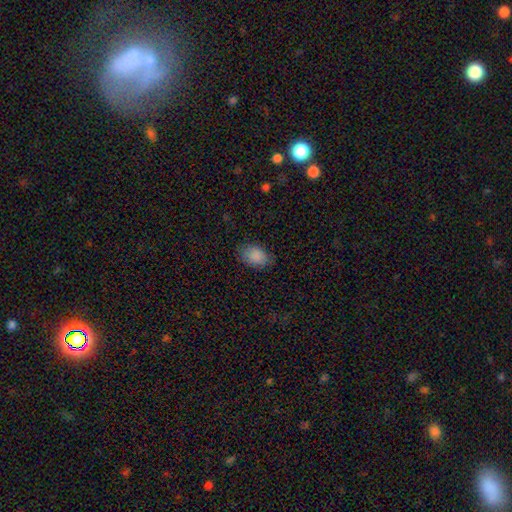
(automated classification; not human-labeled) Q: Smooth or featured?
A: smooth (88%); runner-up: star or artifact (8%)
Q: How rounded?
A: in between (81%); runner-up: round (18%)
Q: Merging?
A: none (79%); runner-up: minor disturbance (16%)